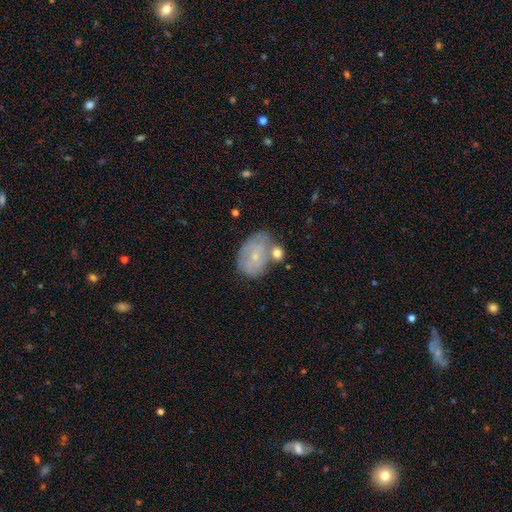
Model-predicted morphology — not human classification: The model was most divided on "smooth or featured": smooth: 53%, featured or disk: 39%, star or artifact: 8%. Remaining: how rounded — in between (70%); merging — none (46%).